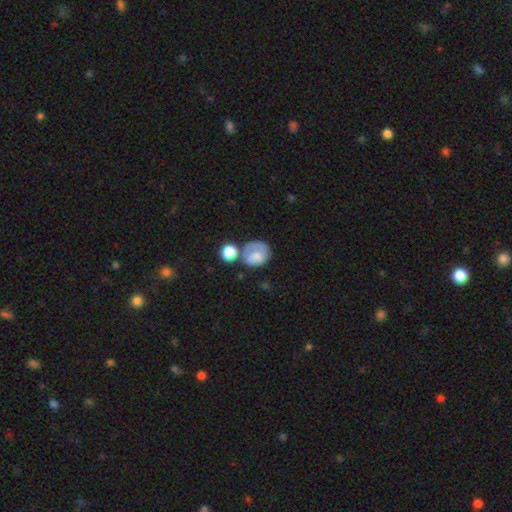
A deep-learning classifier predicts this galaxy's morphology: smooth-or-featured: smooth: 64% | featured or disk: 27% | star or artifact: 8%
  how-rounded: round: 61% | in between: 38% | cigar-shaped: 1%
  merging: none: 39% | minor disturbance: 23% | merger: 20% | major disturbance: 19%